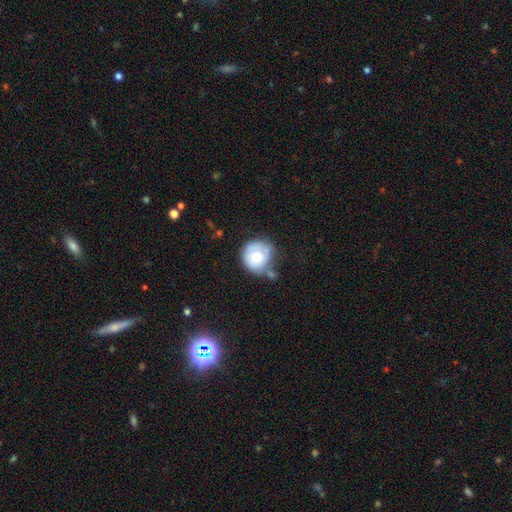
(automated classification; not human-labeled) Smooth or featured: smooth — 59% (featured or disk — 34%)
How rounded: round — 84% (in between — 15%)
Merging: none — 42% (minor disturbance — 30%)